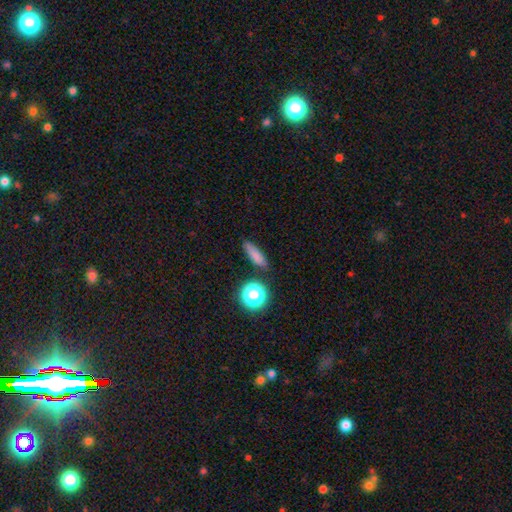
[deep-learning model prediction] Q: Smooth or featured?
A: smooth (76%); runner-up: star or artifact (15%)
Q: How rounded?
A: cigar-shaped (60%); runner-up: in between (29%)
Q: Merging?
A: none (81%); runner-up: minor disturbance (12%)